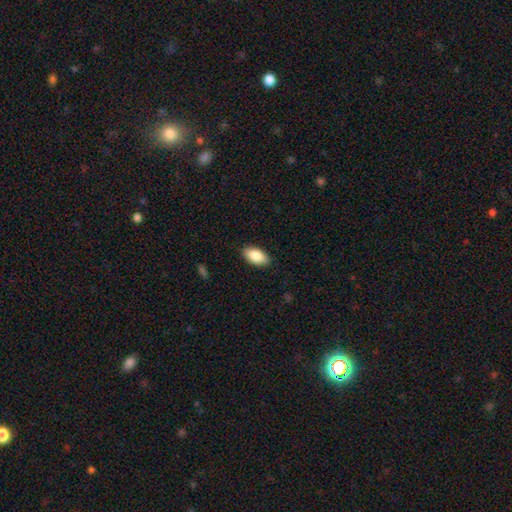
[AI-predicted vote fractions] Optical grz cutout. It shows a smooth galaxy with no disk features (86%) that is in between round and cigar-shaped (94%). Merging: none (89%).